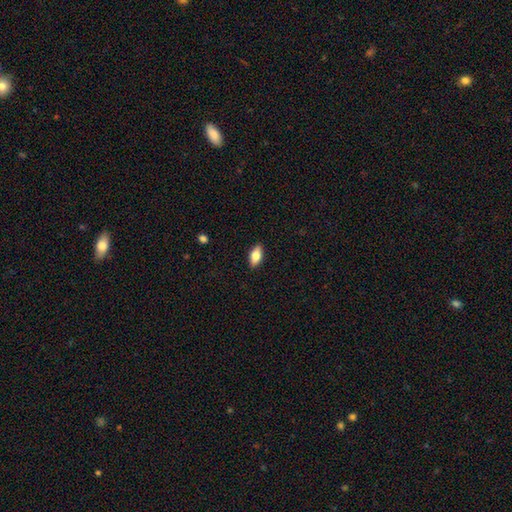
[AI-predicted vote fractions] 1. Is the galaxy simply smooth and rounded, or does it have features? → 75% smooth, 18% featured or disk, 7% star or artifact.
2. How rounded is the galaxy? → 87% in between, 10% cigar-shaped, 3% round.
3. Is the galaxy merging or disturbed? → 89% none, 8% minor disturbance, 2% major disturbance, 1% merger.